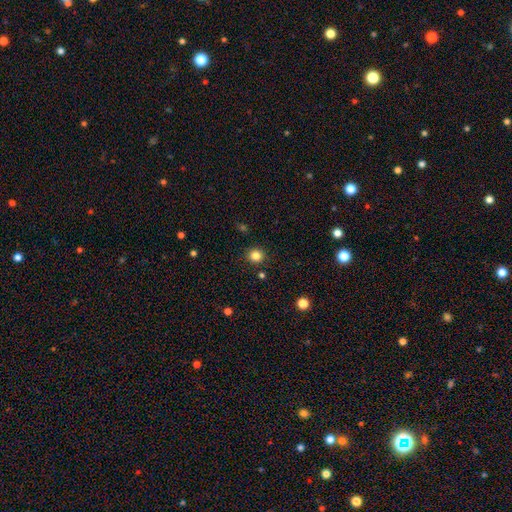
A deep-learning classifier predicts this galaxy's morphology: The model was most divided on "smooth or featured": smooth: 83%, star or artifact: 13%, featured or disk: 4%. More confident: merging — none (90%); how rounded — round (88%).